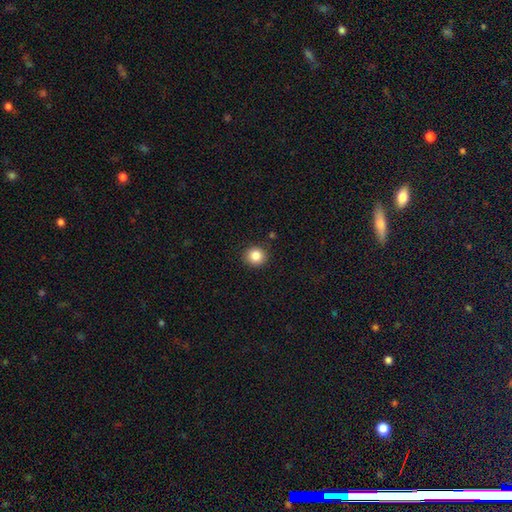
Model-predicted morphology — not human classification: smooth_or_featured: smooth (p=0.85) [alt: star or artifact p=0.10]
how_rounded: round (p=0.90) [alt: in between p=0.09]
merging: none (p=0.90) [alt: minor disturbance p=0.06]